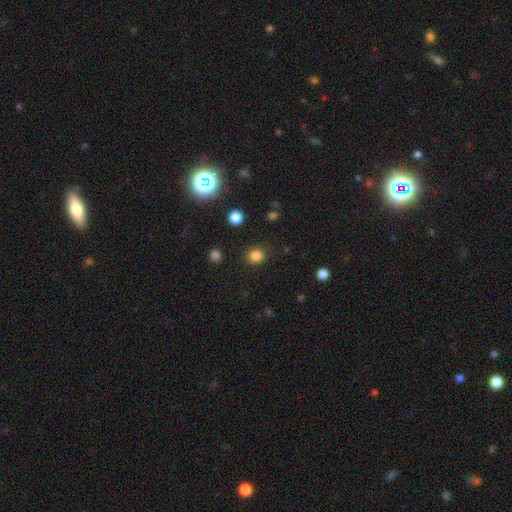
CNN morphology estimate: Smooth or featured? Predicted: smooth (p=0.82). How rounded? Predicted: round (p=0.87). Merging? Predicted: none (p=0.89).